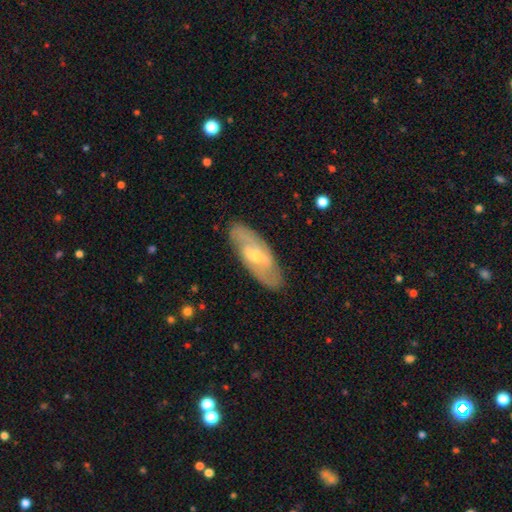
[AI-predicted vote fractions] Smooth or featured: featured or disk — 69% (smooth — 26%)
Edge-on disk: no — 84% (yes — 16%)
Bar: weak — 49% (strong — 33%)
Spiral arms: yes — 74% (no — 26%)
Bulge size: moderate — 49% (small — 46%)
Merging: none — 85% (minor disturbance — 11%)